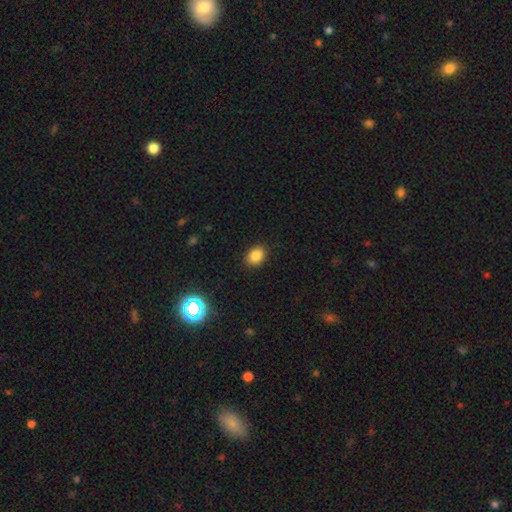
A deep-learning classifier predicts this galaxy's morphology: Smooth or featured?
  - smooth: 83% *
  - star or artifact: 12%
  - featured or disk: 5%
How rounded?
  - in between: 59% *
  - round: 40%
  - cigar-shaped: 1%
Merging?
  - none: 89% *
  - minor disturbance: 8%
  - major disturbance: 2%
  - merger: 1%